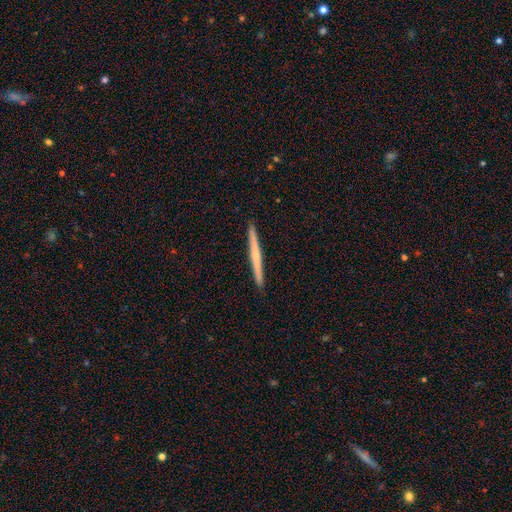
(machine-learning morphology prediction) This appears to be a featured or disk galaxy (49%). Merging: none (93%).